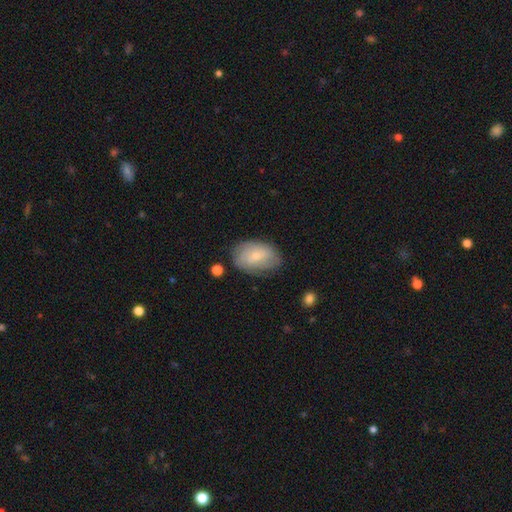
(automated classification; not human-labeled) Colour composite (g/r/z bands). It shows a smooth galaxy with no disk features (58%) that is in between round and cigar-shaped (88%). Merging: none (71%).